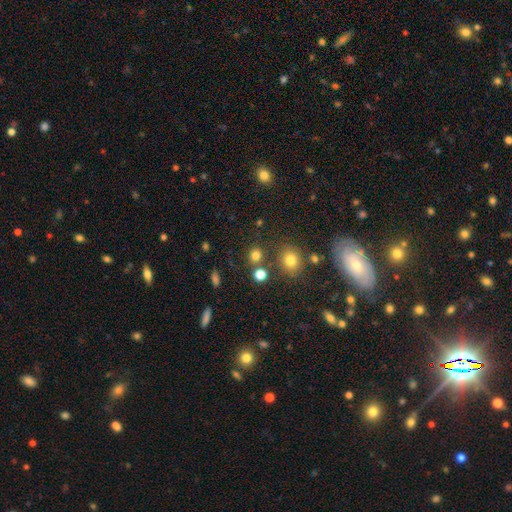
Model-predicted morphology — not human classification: Smooth or featured: smooth — 76% (star or artifact — 17%)
How rounded: round — 83% (in between — 16%)
Merging: none — 75% (merger — 12%)